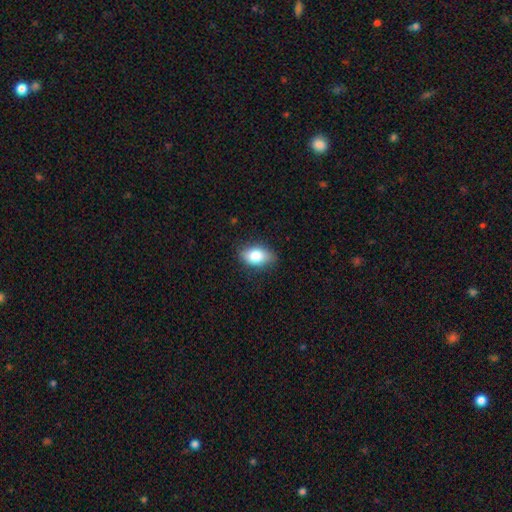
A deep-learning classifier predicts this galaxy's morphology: The model was most divided on "merging": none: 82%, minor disturbance: 14%, major disturbance: 3%, merger: 1%. More confident: how rounded — in between (89%); smooth or featured — smooth (82%).